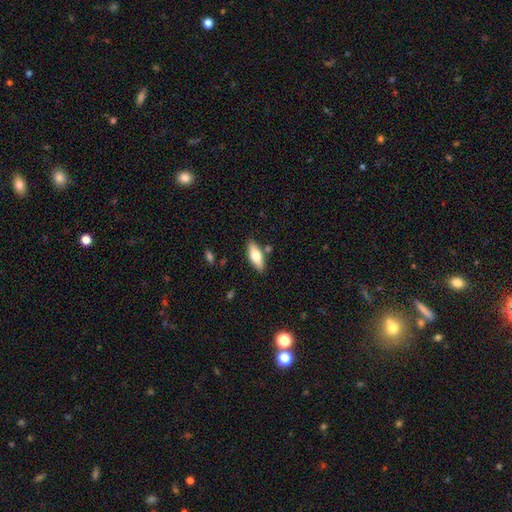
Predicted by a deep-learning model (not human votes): Morphology: type=smooth (67%); roundness=in between (68%); merging=none (82%).